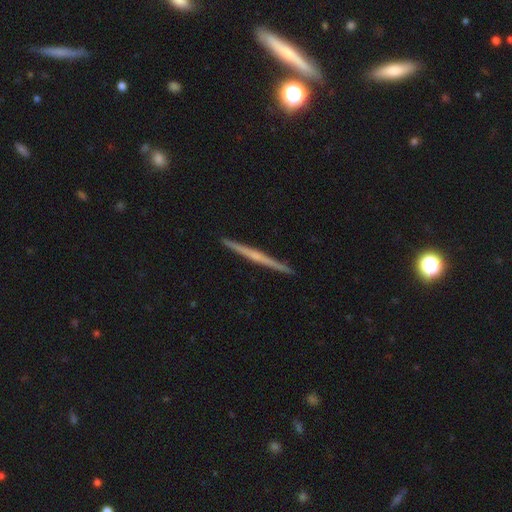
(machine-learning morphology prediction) smooth_or_featured: featured or disk (p=0.73) [alt: smooth p=0.21]
disk_edge_on: yes (p=0.98) [alt: no p=0.02]
edge_on_bulge: none (p=0.46) [tied with: rounded p=0.46]
merging: none (p=0.93) [alt: minor disturbance p=0.05]